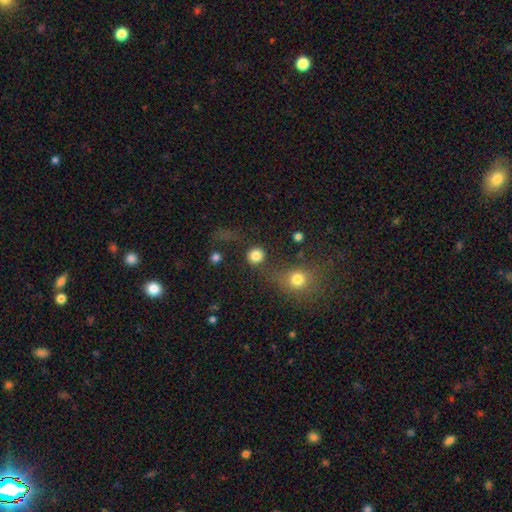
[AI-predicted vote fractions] smooth_or_featured: smooth (p=0.83) [alt: star or artifact p=0.11]
how_rounded: round (p=0.92) [alt: in between p=0.06]
merging: none (p=0.75) [alt: merger p=0.10]